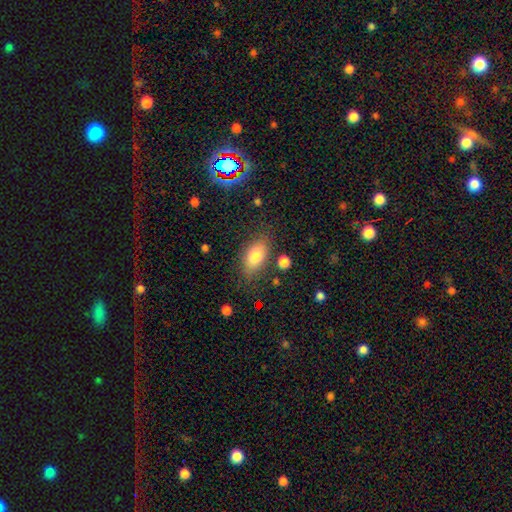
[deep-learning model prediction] A smooth galaxy with no disk features (79%) that is in between round and cigar-shaped (88%). Merging: none (78%).